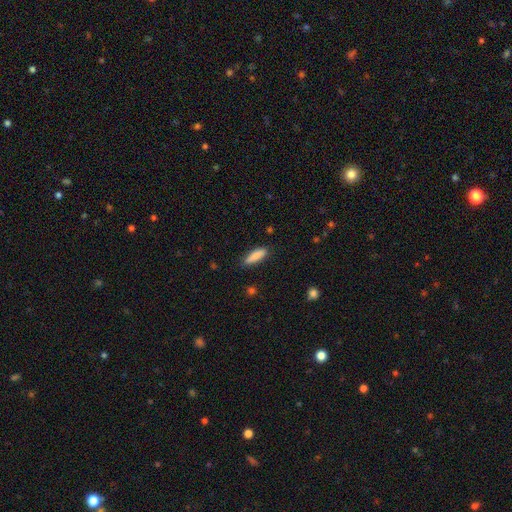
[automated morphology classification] A smooth galaxy with no disk features (83%) that is cigar-shaped (54%). Merging: none (85%).